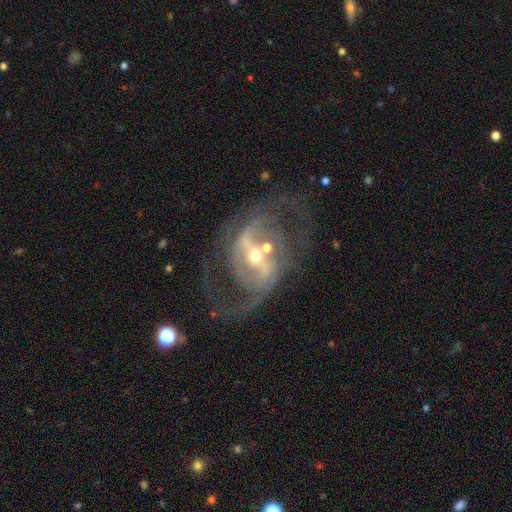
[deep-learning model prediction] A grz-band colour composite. It shows a featured or disk galaxy (89%) with a strong bar (59%), 2 (82%) medium (53%) spiral arms (93%) and a small central bulge (51%). Merging: none (60%).